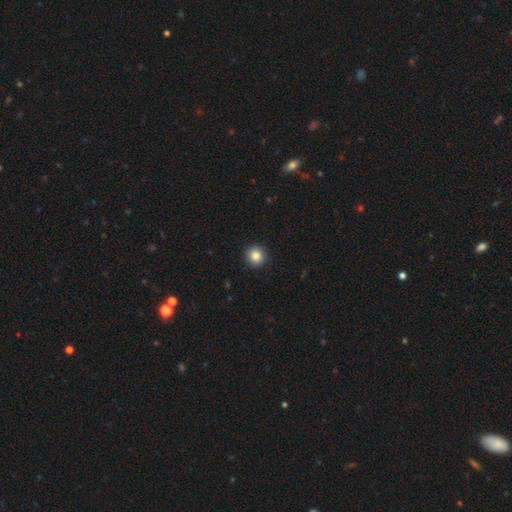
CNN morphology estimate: Smooth or featured?
  - smooth: 85% *
  - star or artifact: 10%
  - featured or disk: 5%
How rounded?
  - round: 94% *
  - in between: 5%
  - cigar-shaped: 1%
Merging?
  - none: 93% *
  - minor disturbance: 5%
  - major disturbance: 2%
  - merger: 1%